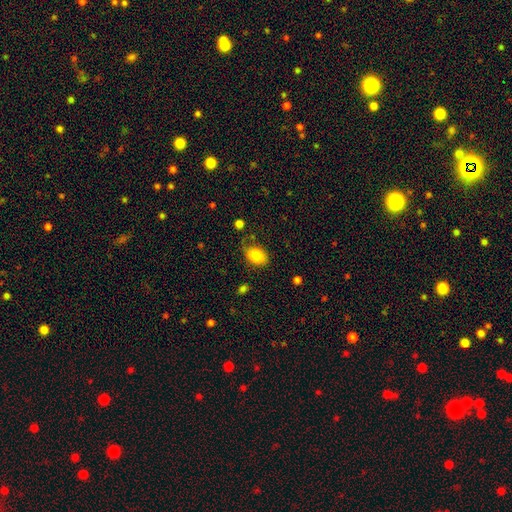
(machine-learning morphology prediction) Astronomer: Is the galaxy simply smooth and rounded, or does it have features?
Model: smooth — 81%.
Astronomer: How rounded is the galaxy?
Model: in between — 69%.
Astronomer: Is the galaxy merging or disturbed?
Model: none — 64%.